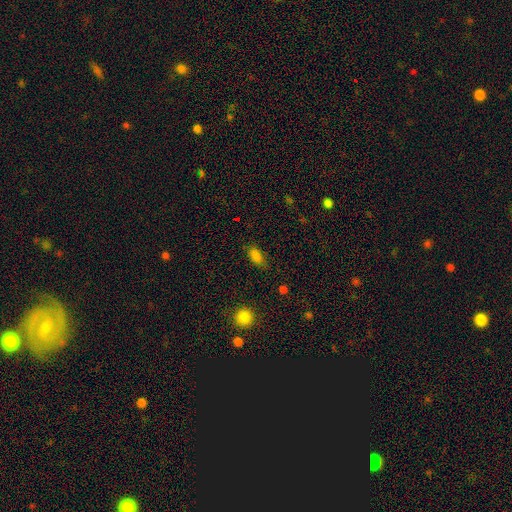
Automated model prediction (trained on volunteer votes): Overall: smooth (82%). How rounded: in between (87%). Merging: none (76%).